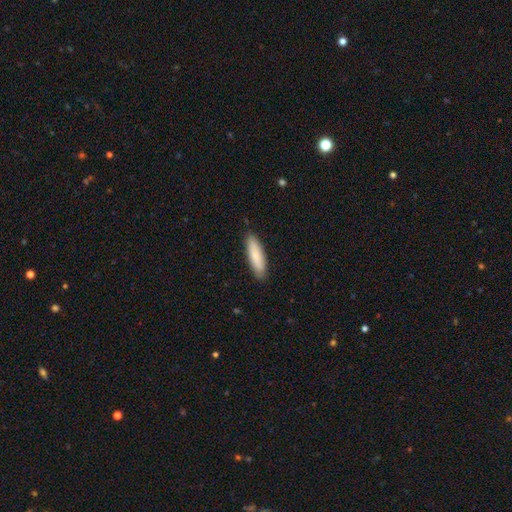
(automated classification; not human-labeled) A smooth galaxy with no disk features (83%) that is cigar-shaped (64%). Merging: none (87%).